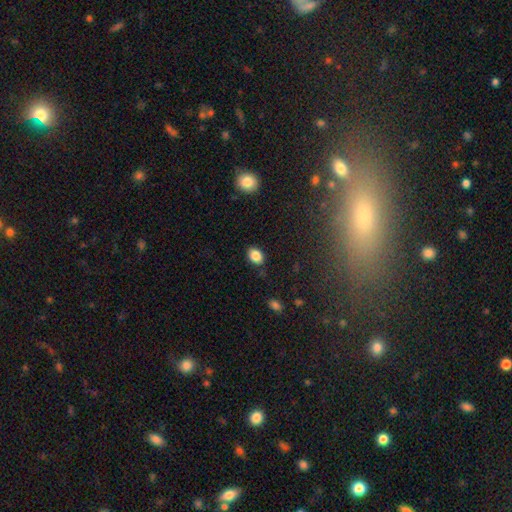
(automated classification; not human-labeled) Smooth or featured: smooth — 86% (star or artifact — 9%)
How rounded: in between — 79% (round — 19%)
Merging: none — 83% (minor disturbance — 12%)